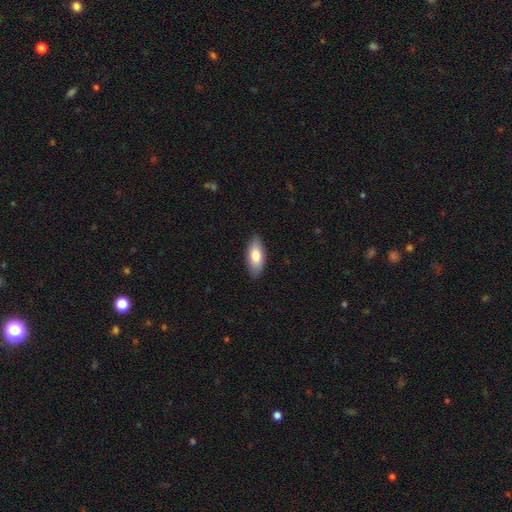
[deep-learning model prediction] This appears to be a smooth galaxy with no disk features (79%) that is in between round and cigar-shaped (86%). Merging: none (87%).